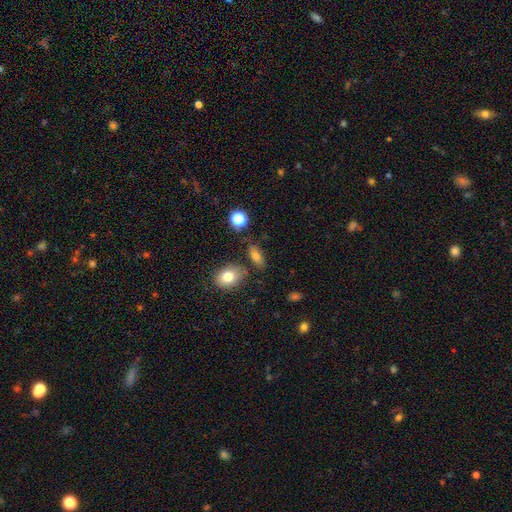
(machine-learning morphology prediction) Smooth or featured: smooth — 73% (star or artifact — 14%)
How rounded: in between — 81% (round — 11%)
Merging: none — 75% (minor disturbance — 15%)